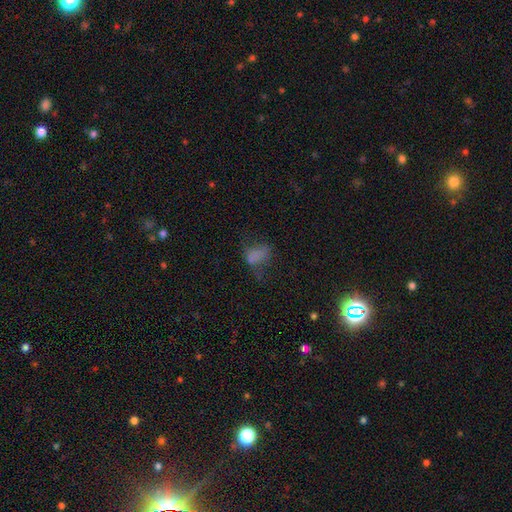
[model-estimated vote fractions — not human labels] A smooth galaxy with no disk features (61%) that is in between round and cigar-shaped (82%).

Vote fractions:
- Smooth or featured? smooth: 61% / featured or disk: 20% / star or artifact: 19%
- How rounded? in between: 82% / round: 16% / cigar-shaped: 2%
- Merging? major disturbance: 39% / none: 32% / minor disturbance: 23% / merger: 5%